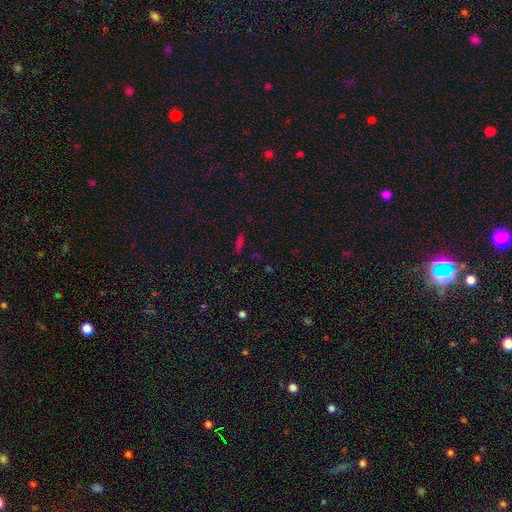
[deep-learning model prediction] smooth-or-featured: smooth: 49% | star or artifact: 38% | featured or disk: 13%
  merging: none: 79% | minor disturbance: 11% | merger: 5% | major disturbance: 5%